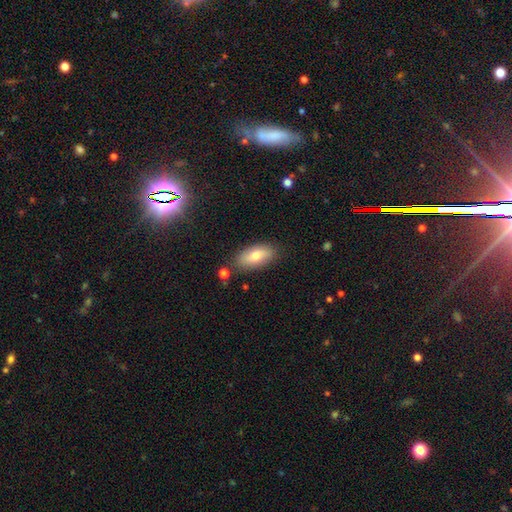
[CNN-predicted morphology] smooth-or-featured: smooth: 71% | featured or disk: 22% | star or artifact: 8%
  how-rounded: in between: 88% | cigar-shaped: 9% | round: 3%
  merging: none: 83% | minor disturbance: 11% | merger: 3% | major disturbance: 3%